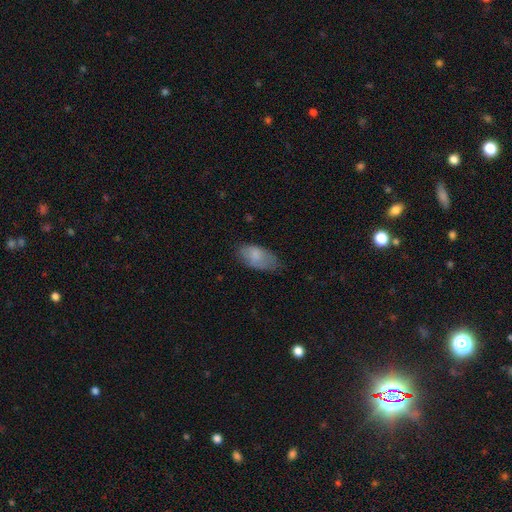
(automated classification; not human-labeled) Smooth or featured?
  - smooth: 78% *
  - featured or disk: 15%
  - star or artifact: 7%
How rounded?
  - in between: 93% *
  - cigar-shaped: 4%
  - round: 3%
Merging?
  - none: 60% *
  - minor disturbance: 29%
  - major disturbance: 9%
  - merger: 1%